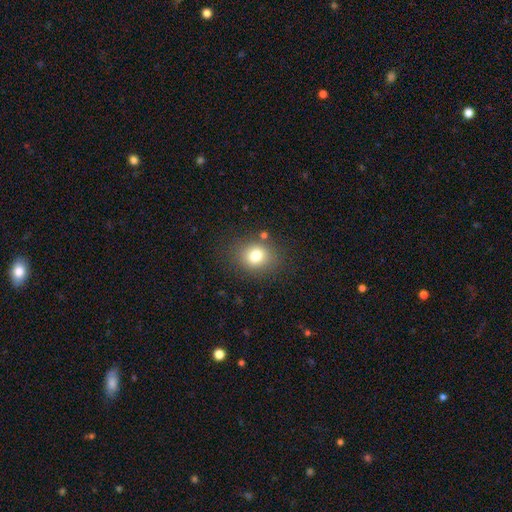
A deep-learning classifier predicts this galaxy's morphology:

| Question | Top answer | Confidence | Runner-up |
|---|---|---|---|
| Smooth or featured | smooth | 78% | star or artifact (13%) |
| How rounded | round | 63% | in between (36%) |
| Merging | none | 80% | minor disturbance (12%) |